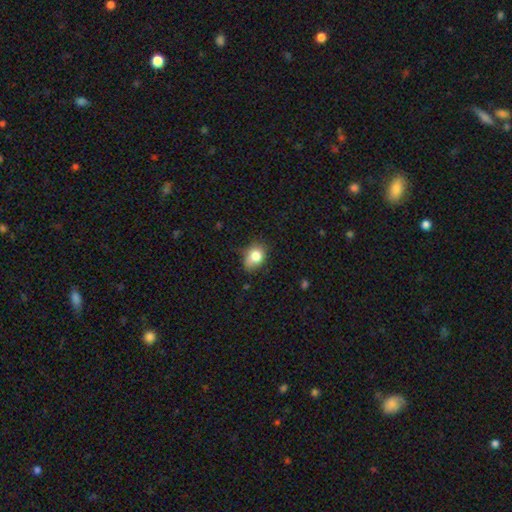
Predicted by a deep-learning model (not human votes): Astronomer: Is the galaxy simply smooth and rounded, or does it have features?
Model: smooth — 81%.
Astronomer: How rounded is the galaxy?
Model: in between — 59% (runner-up: round, 40%).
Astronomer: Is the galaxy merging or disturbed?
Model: none — 57% (runner-up: minor disturbance, 32%).